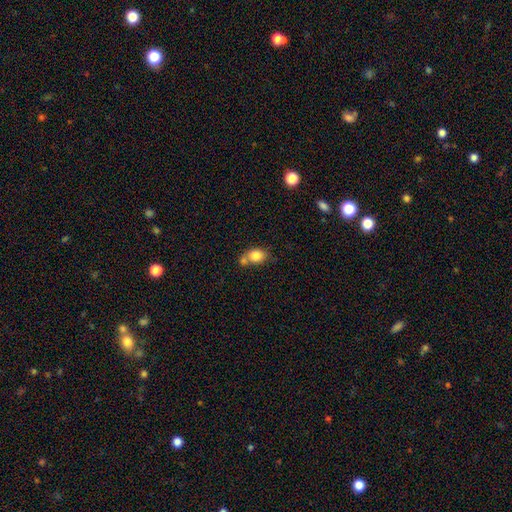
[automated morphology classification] The model was most divided on "merging": merger: 42%, none: 40%, minor disturbance: 13%, major disturbance: 5%. More confident: smooth or featured — smooth (81%); how rounded — in between (60%).